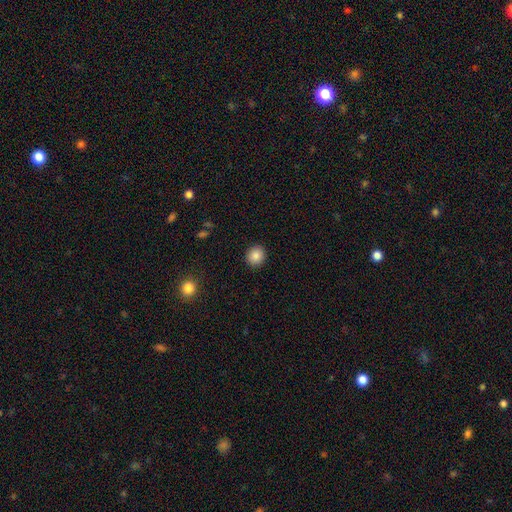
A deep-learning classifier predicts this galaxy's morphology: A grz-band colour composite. It shows a smooth galaxy with no disk features (86%) that is round (86%). Merging: none (92%).